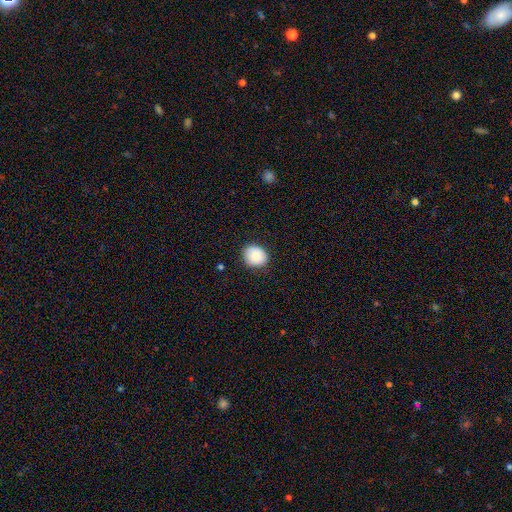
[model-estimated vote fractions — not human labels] This is clearly a smooth galaxy (87%). How rounded: likely round (66%). Merging: clearly none (84%).